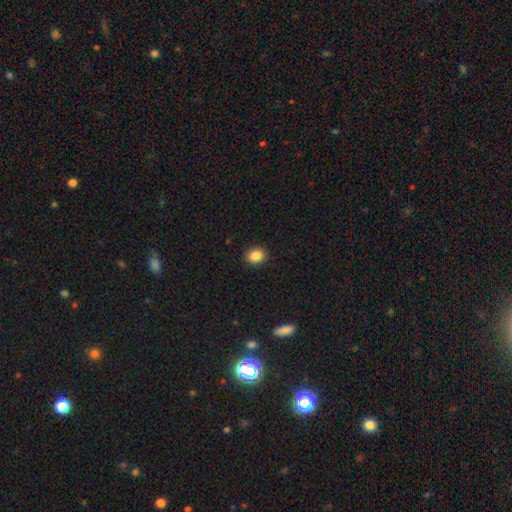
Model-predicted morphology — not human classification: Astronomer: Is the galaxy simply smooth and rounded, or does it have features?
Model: smooth — 86%.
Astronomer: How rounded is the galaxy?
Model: round — 54% (runner-up: in between, 45%).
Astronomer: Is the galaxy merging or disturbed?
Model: none — 90%.